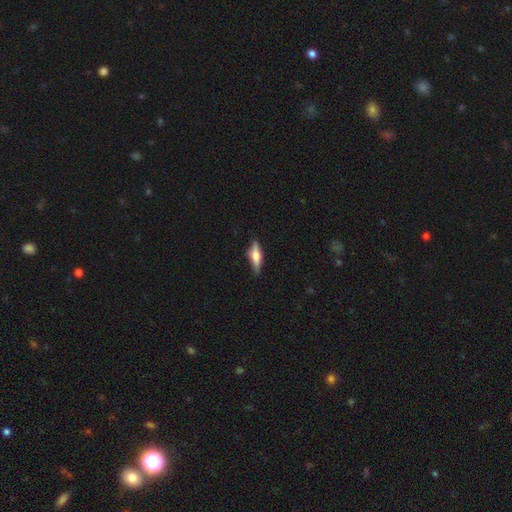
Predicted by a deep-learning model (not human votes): This is possibly a smooth galaxy (50%). Merging: clearly none (80%).